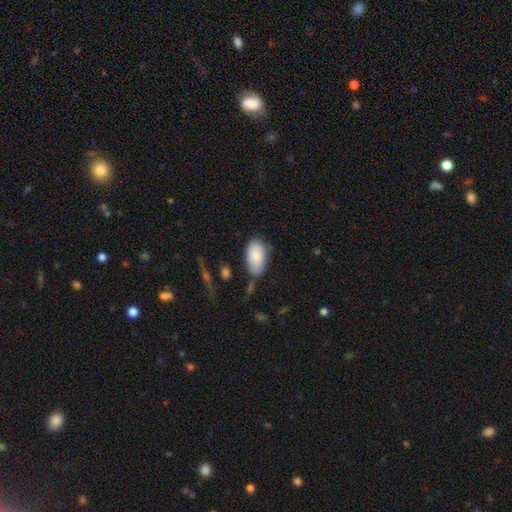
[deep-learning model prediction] Smooth or featured?
  - smooth: 83% *
  - featured or disk: 10%
  - star or artifact: 6%
How rounded?
  - in between: 94% *
  - round: 4%
  - cigar-shaped: 2%
Merging?
  - none: 63% *
  - minor disturbance: 25%
  - major disturbance: 6%
  - merger: 6%